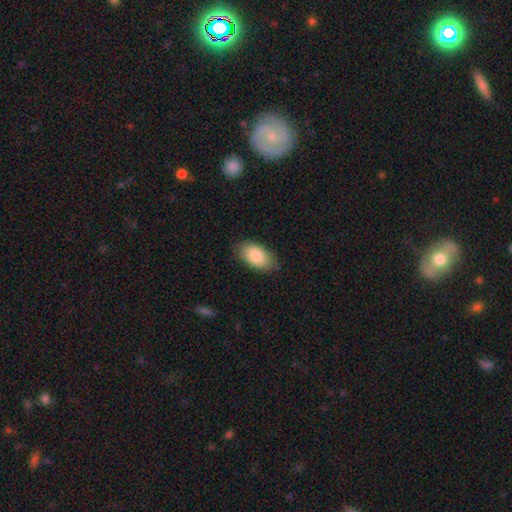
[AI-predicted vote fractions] Q: Smooth or featured?
A: smooth (85%); runner-up: featured or disk (9%)
Q: How rounded?
A: in between (94%); runner-up: round (4%)
Q: Merging?
A: none (82%); runner-up: minor disturbance (14%)